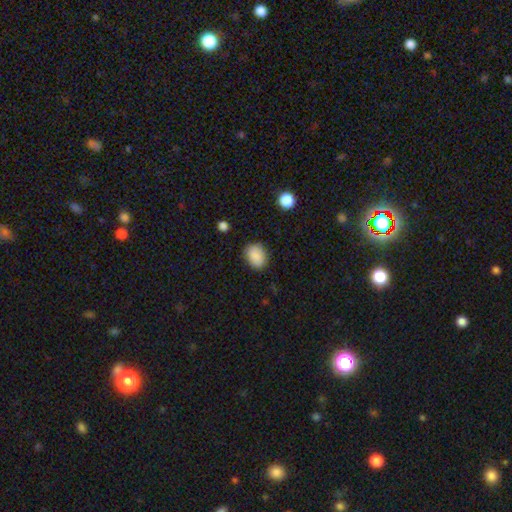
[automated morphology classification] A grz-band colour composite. It shows a smooth galaxy with no disk features (87%) that is in between round and cigar-shaped (63%). Merging: none (81%).